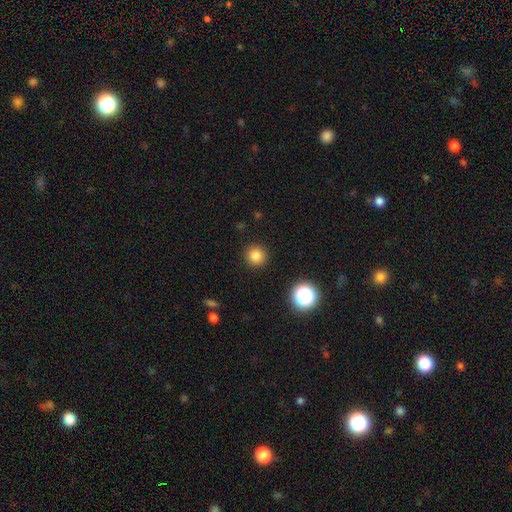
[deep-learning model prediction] Q: Smooth or featured?
A: smooth (82%); runner-up: star or artifact (13%)
Q: How rounded?
A: round (95%); runner-up: in between (4%)
Q: Merging?
A: none (91%); runner-up: minor disturbance (5%)